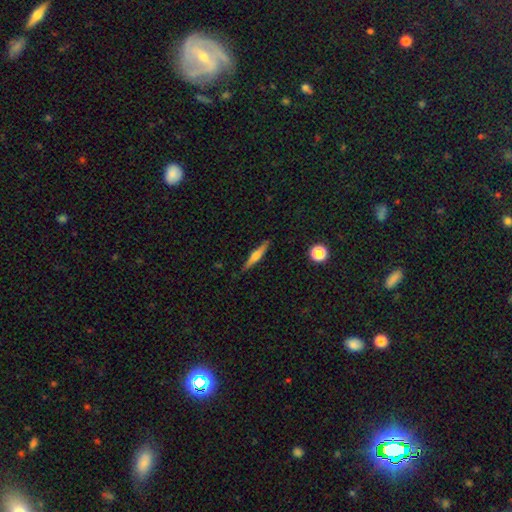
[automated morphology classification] A featured or disk galaxy (54%) viewed edge-on (96%) with a rounded central bulge (81%). Merging: none (87%).